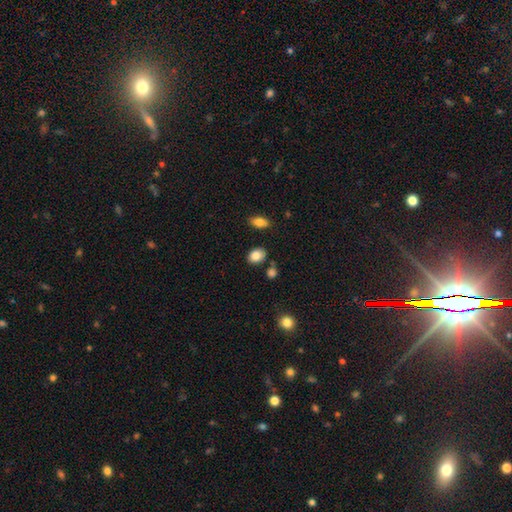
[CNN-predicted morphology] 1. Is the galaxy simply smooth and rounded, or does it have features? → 85% smooth, 9% star or artifact, 6% featured or disk.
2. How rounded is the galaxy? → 69% in between, 30% round, 1% cigar-shaped.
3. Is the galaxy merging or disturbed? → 79% none, 12% minor disturbance, 7% merger, 3% major disturbance.